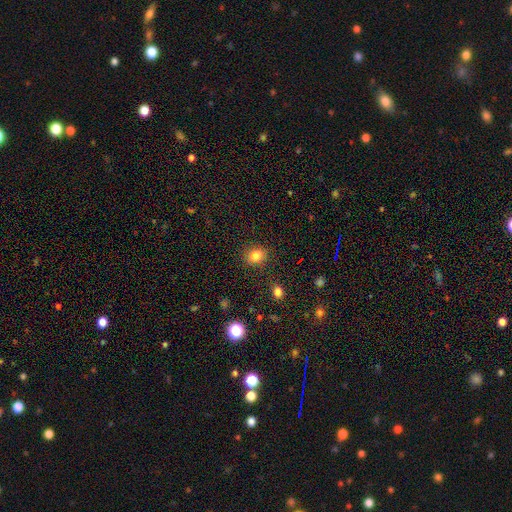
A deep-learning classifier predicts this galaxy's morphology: smooth_or_featured: smooth (p=0.83) [alt: star or artifact p=0.11]
how_rounded: round (p=0.57) [alt: in between p=0.42]
merging: none (p=0.87) [alt: minor disturbance p=0.09]